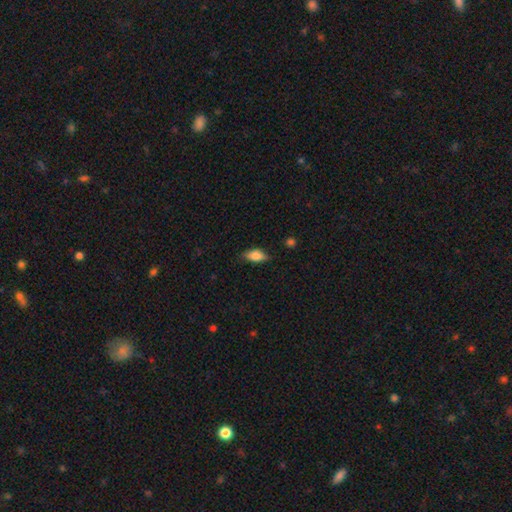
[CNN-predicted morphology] This appears to be a smooth galaxy with no disk features (80%) that is in between round and cigar-shaped (85%). Merging: none (72%).